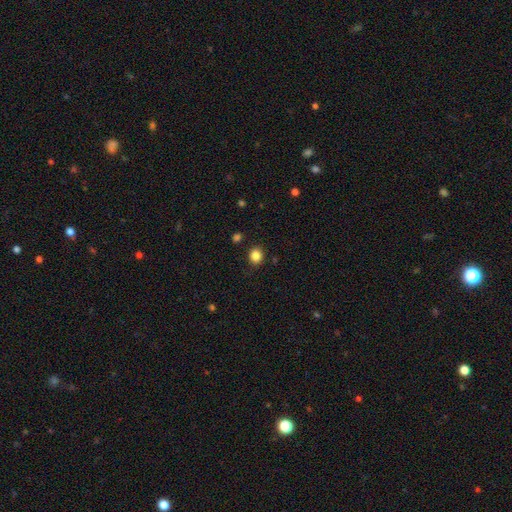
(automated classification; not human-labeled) A smooth galaxy with no disk features (84%) that is round (75%).

Vote fractions:
- Smooth or featured? smooth: 84% / star or artifact: 11% / featured or disk: 4%
- How rounded? round: 75% / in between: 24% / cigar-shaped: 1%
- Merging? none: 87% / minor disturbance: 8% / major disturbance: 2% / merger: 2%